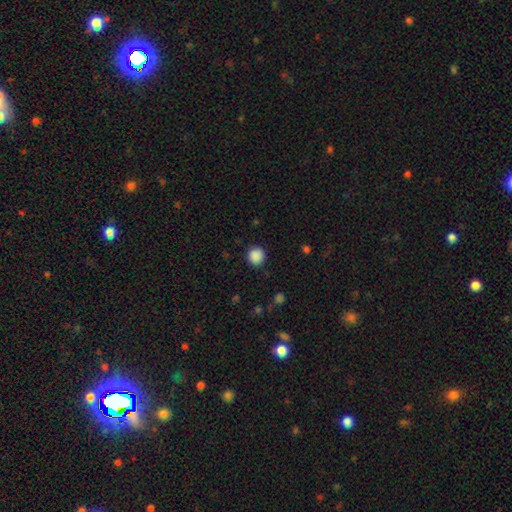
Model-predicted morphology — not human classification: smooth-or-featured: smooth: 88% | star or artifact: 9% | featured or disk: 2%
  how-rounded: round: 92% | in between: 7% | cigar-shaped: 1%
  merging: none: 89% | minor disturbance: 7% | major disturbance: 2% | merger: 1%